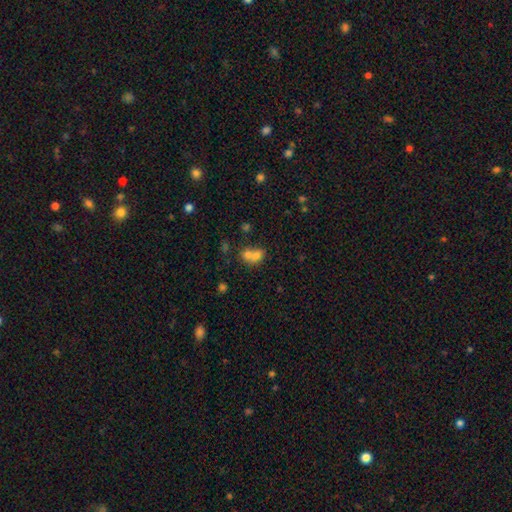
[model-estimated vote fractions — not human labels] This is likely a smooth galaxy (70%). How rounded: possibly round (53%). Merging: likely merger (68%).